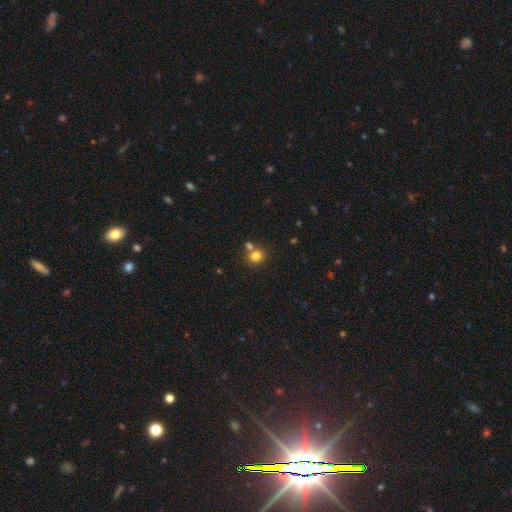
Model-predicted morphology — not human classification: Smooth or featured? smooth (80%)
How rounded? round (80%)
Merging? none (63%)